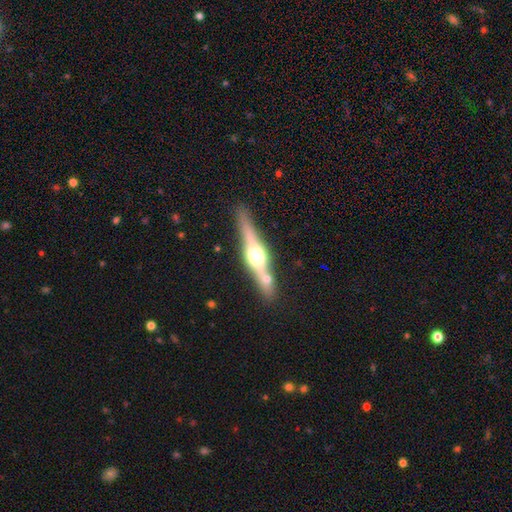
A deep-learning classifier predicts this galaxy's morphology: featured or disk 76%, smooth 19%, star or artifact 5%. Down the decision tree: edge-on disk — yes (97%); edge-on bulge — rounded (91%); merging — none (79%).